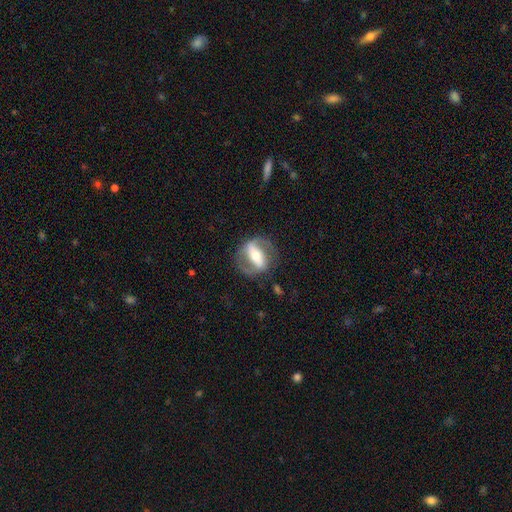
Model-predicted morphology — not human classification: A featured or disk galaxy (80%) with a strong bar (73%), 2 (86%) medium (44%) spiral arms (77%) and a moderate central bulge (61%). Merging: none (77%).